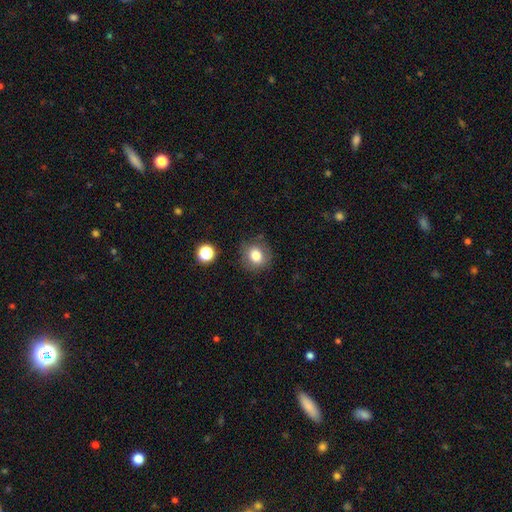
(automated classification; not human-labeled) This is likely a smooth galaxy (78%). How rounded: likely round (76%). Merging: likely none (79%).